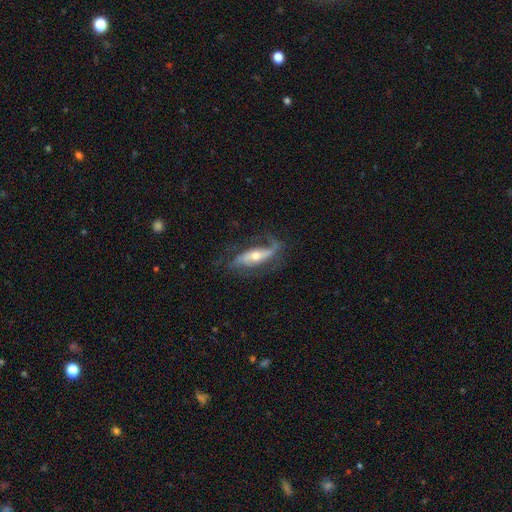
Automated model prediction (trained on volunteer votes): Smooth or featured? Predicted: featured or disk (p=0.80). Edge-on disk? Predicted: no (p=0.82). Bar? Predicted: no (p=0.42). Spiral arms? Predicted: yes (p=0.92). Spiral winding? Predicted: loose (p=0.51). Spiral arm count? Predicted: 2 (p=0.75). Bulge size? Predicted: moderate (p=0.58). Merging? Predicted: none (p=0.61).